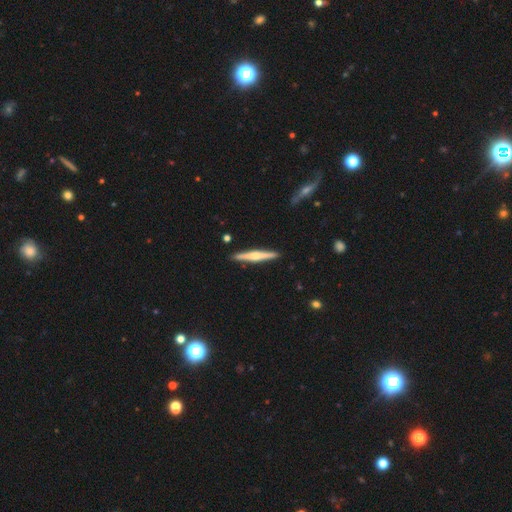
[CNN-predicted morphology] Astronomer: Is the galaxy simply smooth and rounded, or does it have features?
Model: featured or disk — 66%.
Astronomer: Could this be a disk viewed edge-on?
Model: yes — 98%.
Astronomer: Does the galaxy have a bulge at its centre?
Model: rounded — 81%.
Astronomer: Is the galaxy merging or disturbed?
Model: none — 91%.